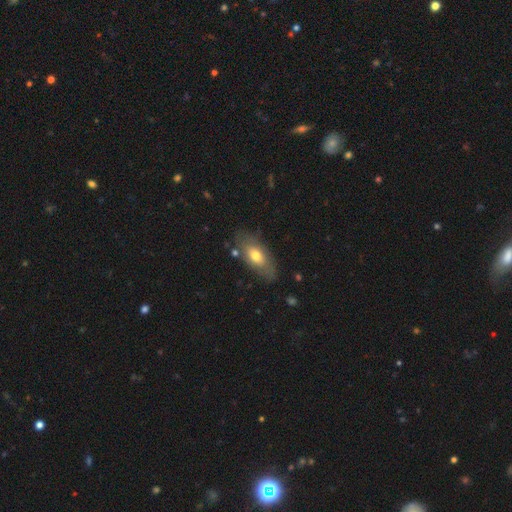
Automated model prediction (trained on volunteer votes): smooth_or_featured: smooth (p=0.64) [alt: featured or disk p=0.29]
how_rounded: in between (p=0.86) [alt: cigar-shaped p=0.10]
merging: none (p=0.74) [alt: minor disturbance p=0.17]